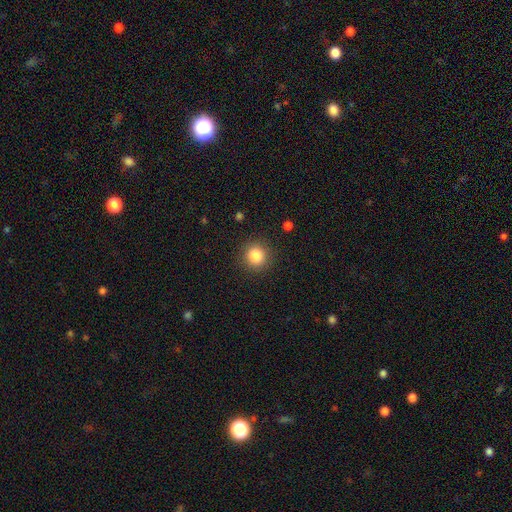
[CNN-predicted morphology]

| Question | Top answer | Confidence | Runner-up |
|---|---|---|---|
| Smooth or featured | smooth | 84% | star or artifact (11%) |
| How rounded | round | 92% | in between (7%) |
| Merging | none | 90% | minor disturbance (6%) |